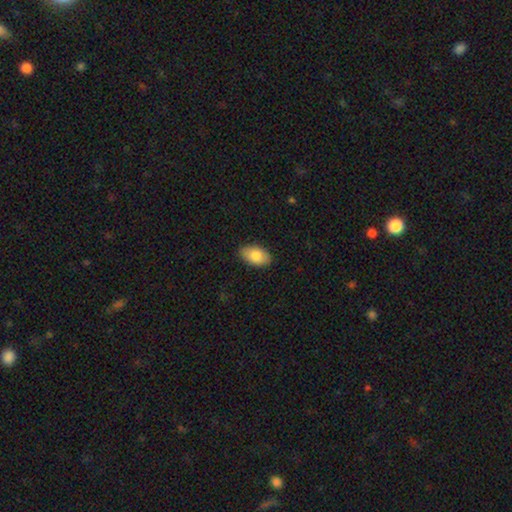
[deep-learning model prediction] Overall: smooth (83%). How rounded: in between (93%). Merging: none (88%).